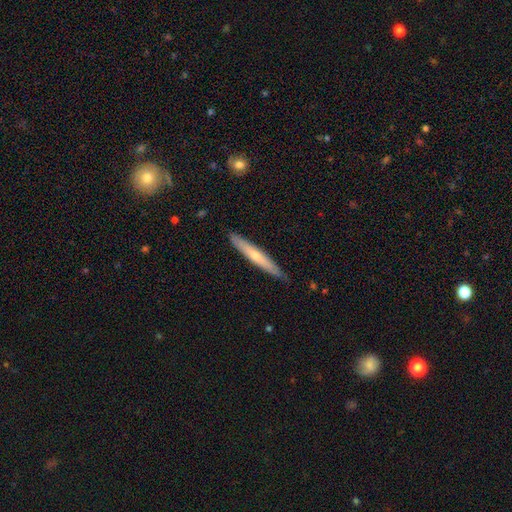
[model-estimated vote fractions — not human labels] Overall: smooth (50%; featured or disk 44%). Merging: none (86%).